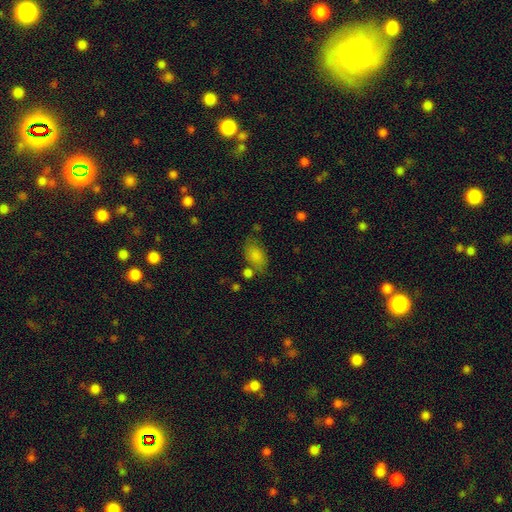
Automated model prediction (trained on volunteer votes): Smooth or featured: smooth — 82% (featured or disk — 9%)
How rounded: in between — 89% (round — 9%)
Merging: none — 58% (minor disturbance — 21%)